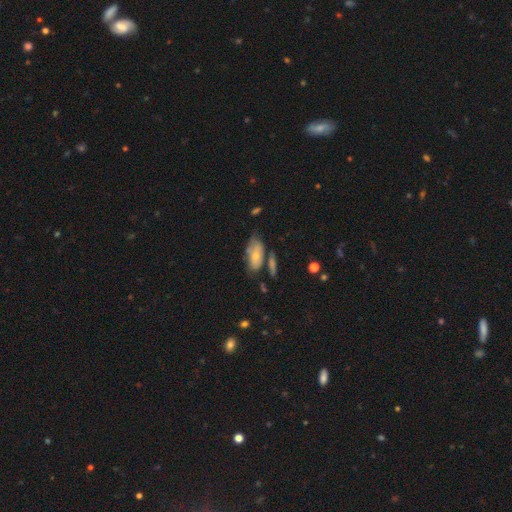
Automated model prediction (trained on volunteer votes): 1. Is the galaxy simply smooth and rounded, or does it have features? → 62% smooth, 31% featured or disk, 7% star or artifact.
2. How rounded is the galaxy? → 89% in between, 7% cigar-shaped, 4% round.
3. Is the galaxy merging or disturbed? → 48% none, 28% minor disturbance, 14% merger, 10% major disturbance.